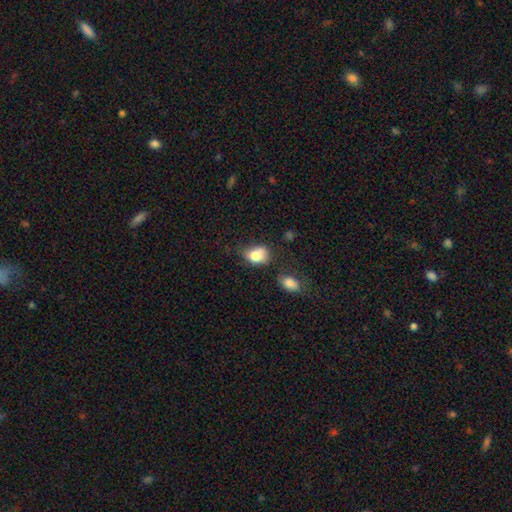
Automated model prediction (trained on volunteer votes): Overall: smooth (80%). How rounded: in between (59%; round 40%). Merging: none (47%; minor disturbance 29%).